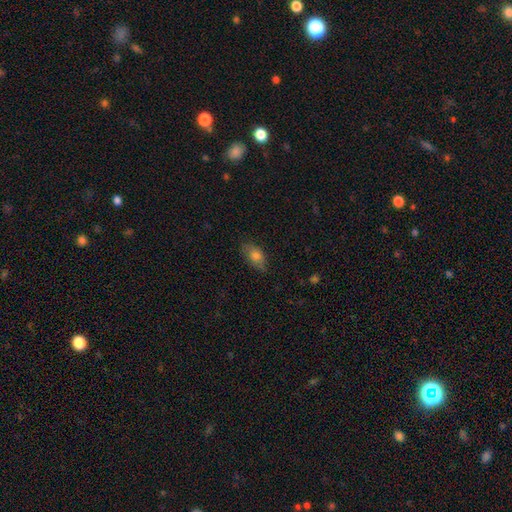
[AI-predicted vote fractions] Overall: smooth (73%). How rounded: in between (86%). Merging: none (77%).